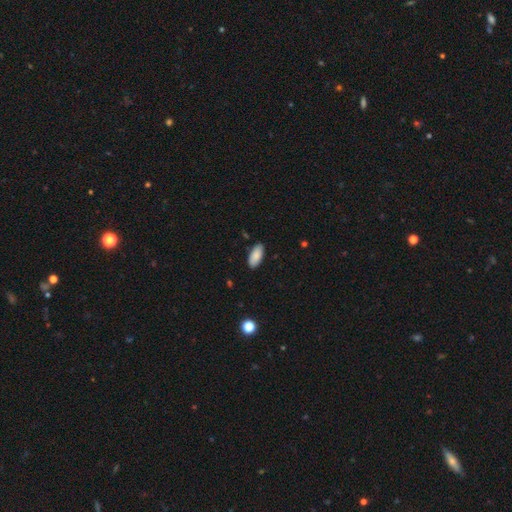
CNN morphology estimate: type=smooth (88%); roundness=in between (91%); merging=none (87%).